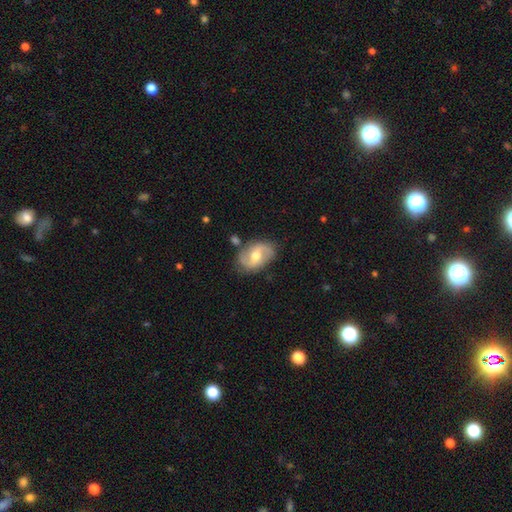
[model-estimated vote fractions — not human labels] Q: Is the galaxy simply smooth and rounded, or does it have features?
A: featured or disk — 71%.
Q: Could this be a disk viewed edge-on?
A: no — 96%.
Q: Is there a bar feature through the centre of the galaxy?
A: weak — 49%.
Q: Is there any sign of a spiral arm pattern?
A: yes — 86%.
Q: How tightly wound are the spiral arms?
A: medium — 44%.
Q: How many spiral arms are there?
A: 2 — 89%.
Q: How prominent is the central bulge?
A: moderate — 75%.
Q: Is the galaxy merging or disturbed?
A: none — 76%.